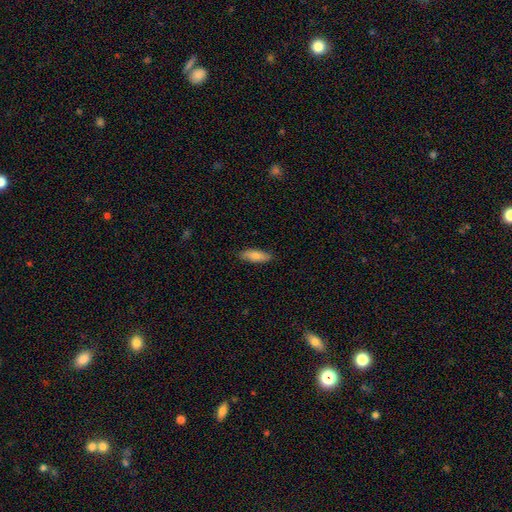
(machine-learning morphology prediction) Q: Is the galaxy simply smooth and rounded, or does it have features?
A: smooth — 82%.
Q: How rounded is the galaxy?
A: in between — 59%.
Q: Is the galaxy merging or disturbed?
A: none — 86%.